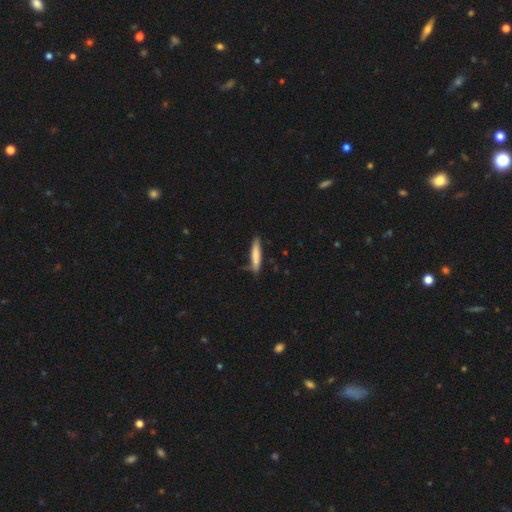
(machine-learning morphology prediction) A smooth galaxy with no disk features (75%) that is cigar-shaped (90%).

Vote fractions:
- Smooth or featured? smooth: 75% / featured or disk: 19% / star or artifact: 5%
- How rounded? cigar-shaped: 90% / in between: 8% / round: 1%
- Merging? none: 76% / minor disturbance: 18% / major disturbance: 3% / merger: 3%